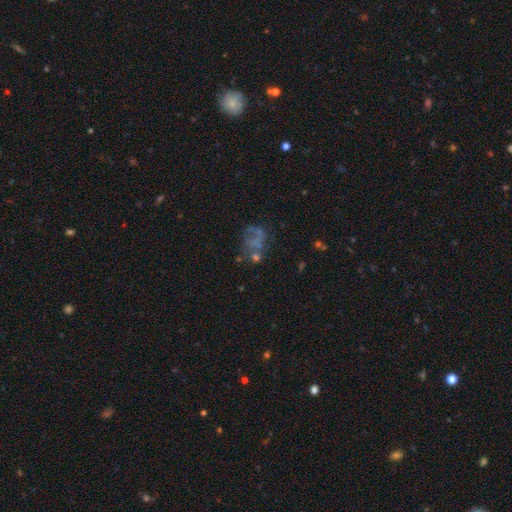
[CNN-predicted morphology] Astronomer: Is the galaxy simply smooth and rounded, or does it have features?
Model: featured or disk — 46% (runner-up: smooth, 31%).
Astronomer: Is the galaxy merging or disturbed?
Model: none — 40% (runner-up: major disturbance, 30%).